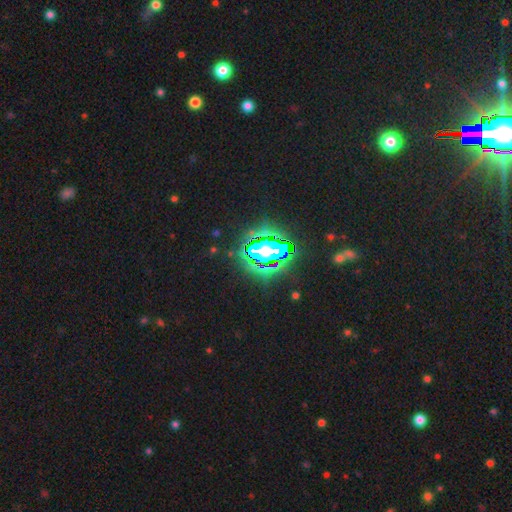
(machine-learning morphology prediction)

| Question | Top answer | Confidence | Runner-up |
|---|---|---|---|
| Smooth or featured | star or artifact | 74% | smooth (14%) |